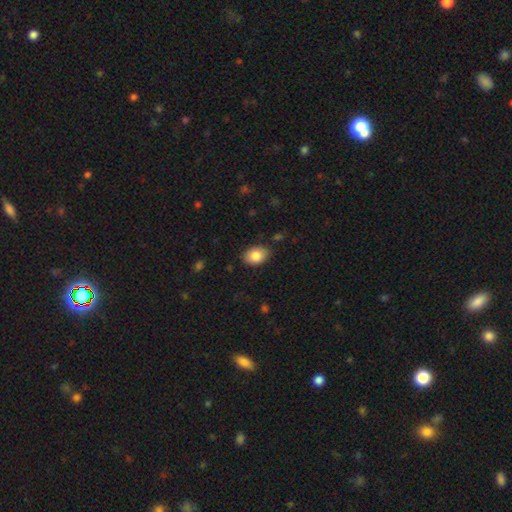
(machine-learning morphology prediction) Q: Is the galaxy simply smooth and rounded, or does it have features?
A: smooth — 85%.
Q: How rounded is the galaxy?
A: in between — 80%.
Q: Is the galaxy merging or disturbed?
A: none — 85%.